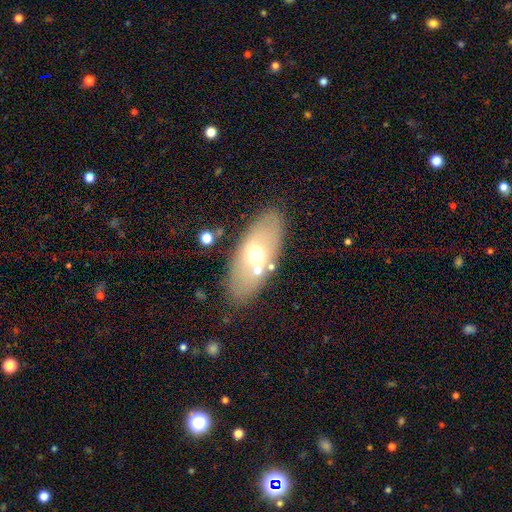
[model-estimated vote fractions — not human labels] smooth_or_featured: smooth (p=0.52) [alt: featured or disk p=0.38]
how_rounded: in between (p=0.85) [alt: cigar-shaped p=0.08]
merging: none (p=0.78) [alt: minor disturbance p=0.12]